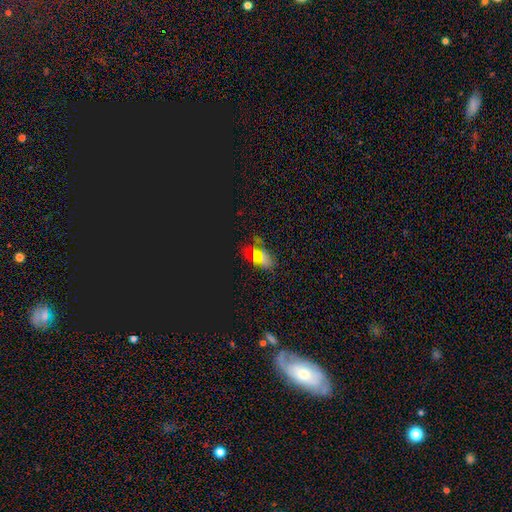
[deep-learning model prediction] Overall: star or artifact (51%; smooth 37%).